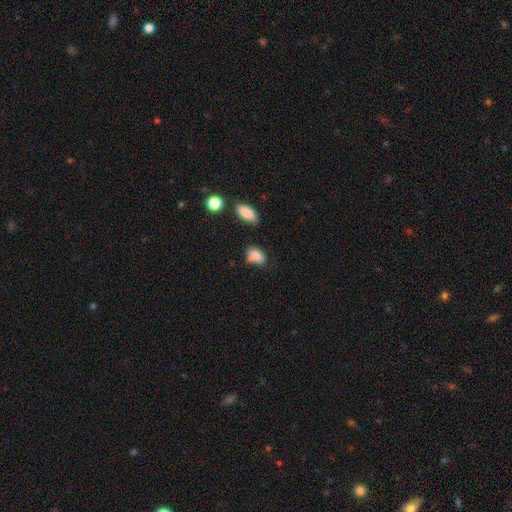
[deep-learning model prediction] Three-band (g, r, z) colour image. It shows a smooth galaxy with no disk features (83%) that is in between round and cigar-shaped (85%). Merging: none (53%).